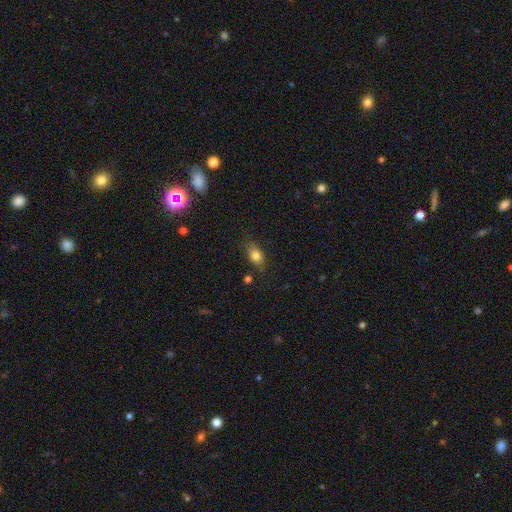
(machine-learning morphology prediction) Smooth or featured?
  - smooth: 78% *
  - featured or disk: 12%
  - star or artifact: 10%
How rounded?
  - in between: 72% *
  - round: 21%
  - cigar-shaped: 7%
Merging?
  - none: 73% *
  - minor disturbance: 19%
  - major disturbance: 5%
  - merger: 2%